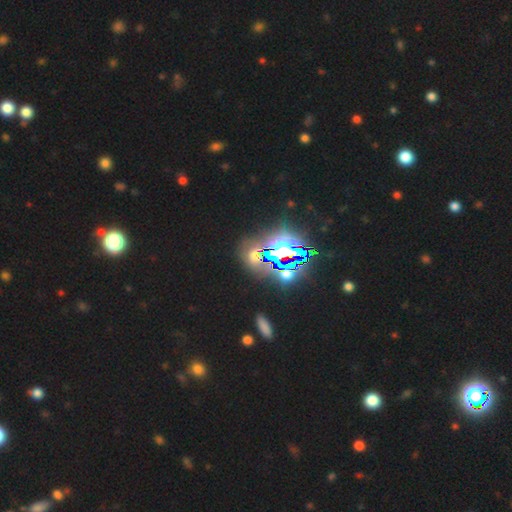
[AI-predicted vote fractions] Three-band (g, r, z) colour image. It shows a star or artifact, not a galaxy (72%).